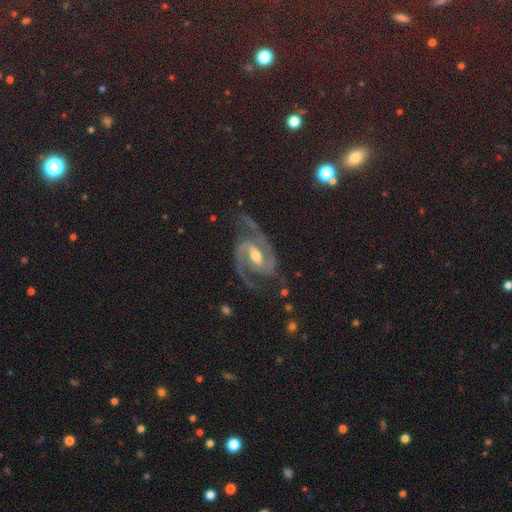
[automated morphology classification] This is clearly a featured or disk galaxy (92%). It is clearly not viewed edge-on (98%). Bar: possibly weak (45%). Spiral arm pattern: clearly yes (98%). Spiral arm count: clearly 2 (93%). Spiral winding: likely medium (61%). Central bulge: likely moderate (67%). Merging: likely none (73%).